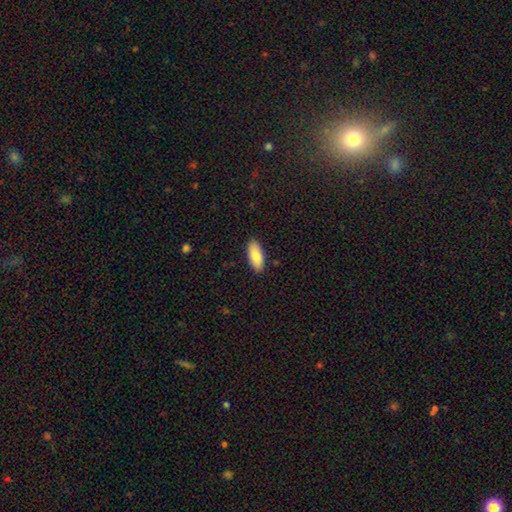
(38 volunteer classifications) Smooth or featured: smooth — 89% (featured or disk — 11%)
How rounded: in between — 62% (cigar-shaped — 38%)
Merging: none — 92% (major disturbance — 5%)